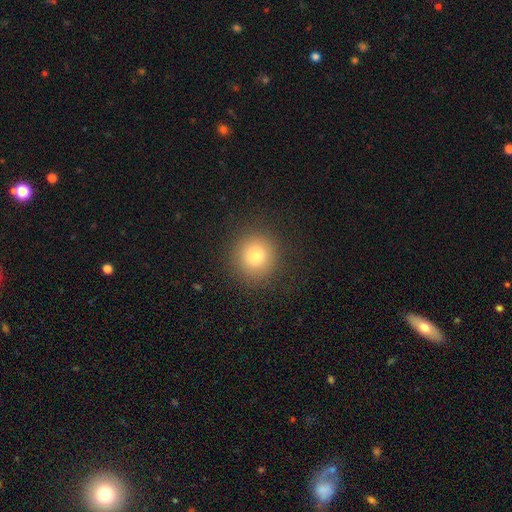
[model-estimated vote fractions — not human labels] Q: Smooth or featured?
A: smooth (79%); runner-up: star or artifact (12%)
Q: How rounded?
A: round (92%); runner-up: in between (7%)
Q: Merging?
A: none (89%); runner-up: minor disturbance (7%)